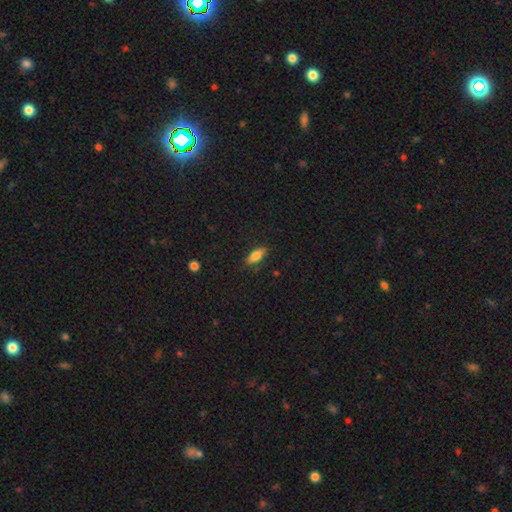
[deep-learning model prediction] The model was most divided on "how rounded": in between: 75%, cigar-shaped: 22%, round: 3%. More confident: merging — none (84%); smooth or featured — smooth (80%).